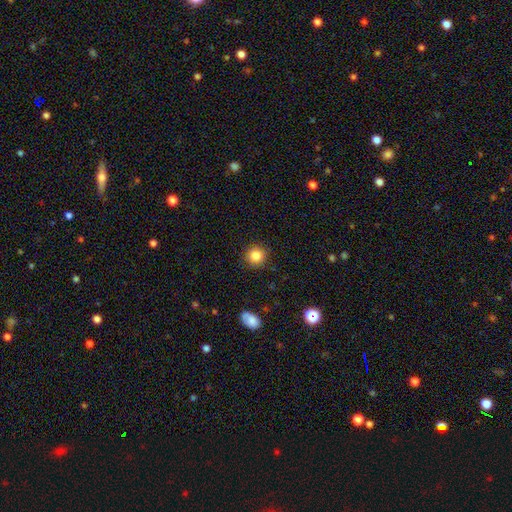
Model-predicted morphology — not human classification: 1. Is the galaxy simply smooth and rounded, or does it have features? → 84% smooth, 11% star or artifact, 5% featured or disk.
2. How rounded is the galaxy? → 93% round, 6% in between, 1% cigar-shaped.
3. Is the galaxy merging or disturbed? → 90% none, 7% minor disturbance, 2% major disturbance, 1% merger.